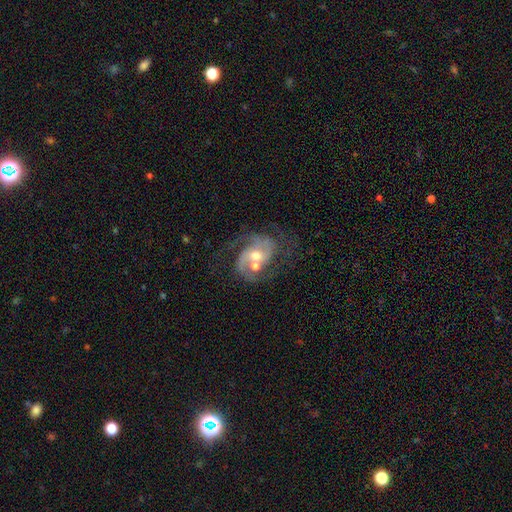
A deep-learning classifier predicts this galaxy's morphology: The model was most divided on "merging": none: 40%, merger: 30%, major disturbance: 16%, minor disturbance: 15%. More confident: edge-on disk — no (97%); spiral arms — yes (93%); smooth or featured — featured or disk (84%); spiral arm count — 2 (71%); bulge size — moderate (62%); spiral winding — medium (51%); bar — no (50%).